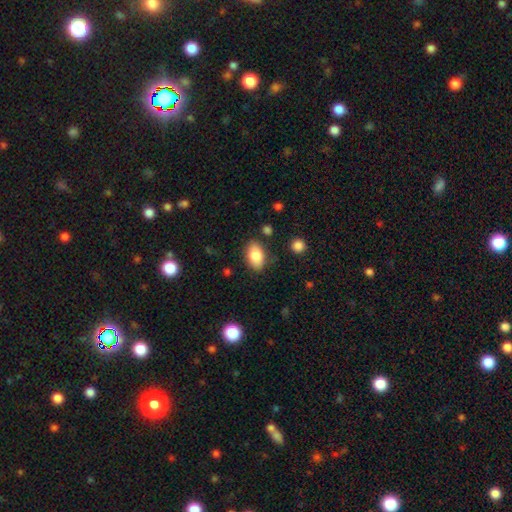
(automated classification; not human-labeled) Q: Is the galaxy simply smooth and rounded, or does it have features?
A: smooth — 84%.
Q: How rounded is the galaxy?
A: in between — 91%.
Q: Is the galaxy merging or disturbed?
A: none — 82%.